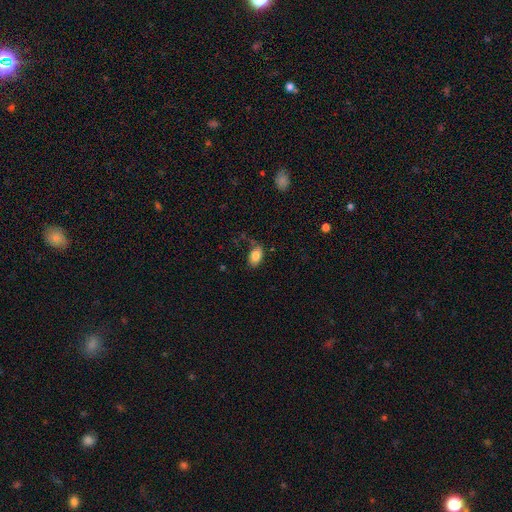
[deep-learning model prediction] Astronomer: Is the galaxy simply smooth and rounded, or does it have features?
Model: smooth — 83%.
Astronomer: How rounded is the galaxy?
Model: in between — 89%.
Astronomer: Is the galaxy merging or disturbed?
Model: none — 68%.